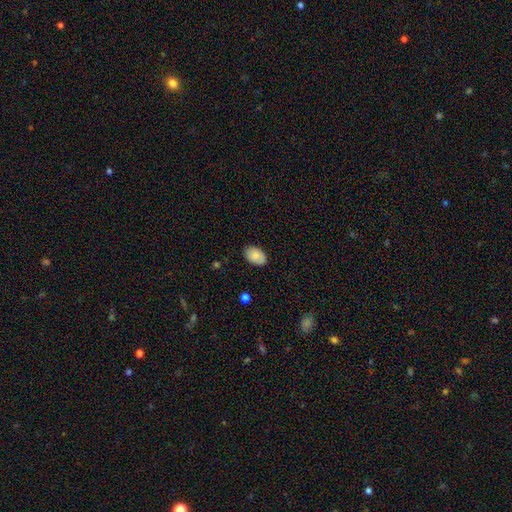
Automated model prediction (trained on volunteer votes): A smooth galaxy with no disk features (85%) that is in between round and cigar-shaped (91%). Merging: none (86%).